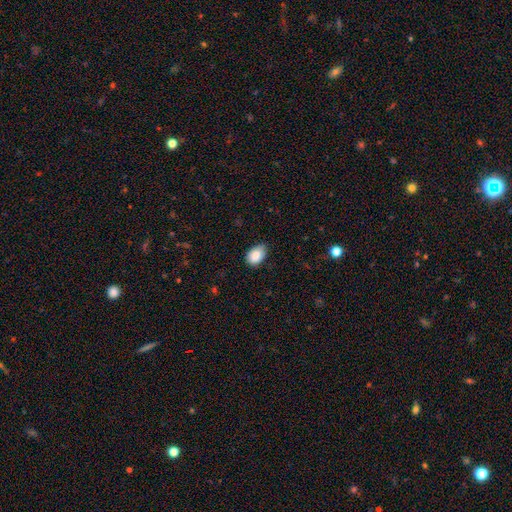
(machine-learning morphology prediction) Overall: smooth (86%). How rounded: in between (86%). Merging: none (72%).